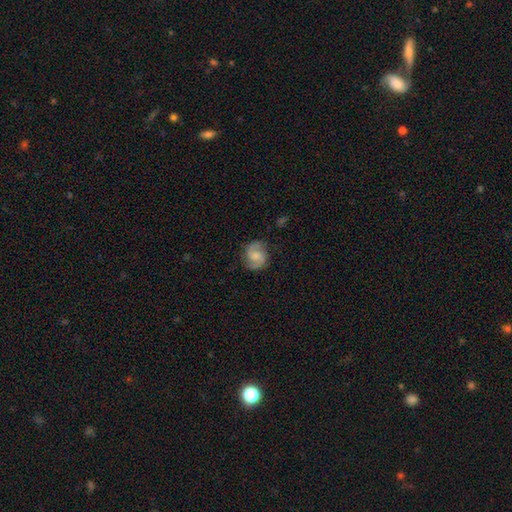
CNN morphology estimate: type=featured or disk (76%); edge-on=no (98%); bar=weak (48%); spiral arms=yes (96%); winding=medium (54%); arm count=2 (92%); bulge=moderate (35%); merging=none (80%).